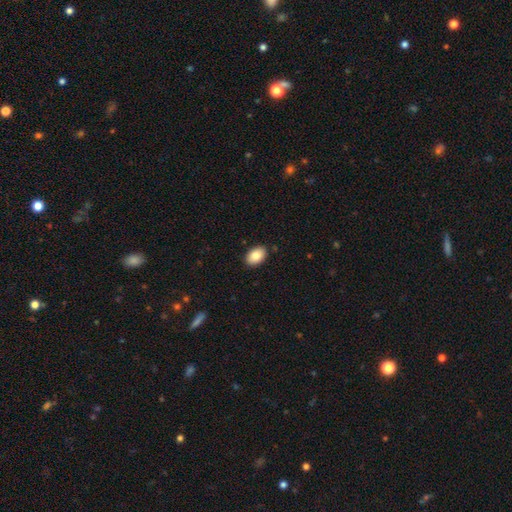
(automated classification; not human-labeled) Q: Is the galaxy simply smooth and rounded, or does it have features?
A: smooth — 86%.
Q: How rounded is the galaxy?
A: in between — 90%.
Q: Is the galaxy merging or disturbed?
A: none — 89%.